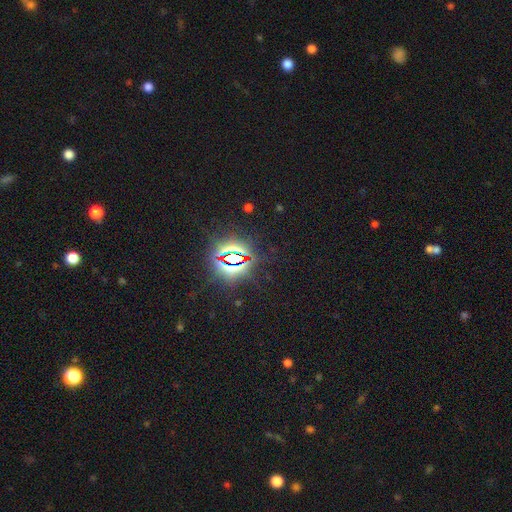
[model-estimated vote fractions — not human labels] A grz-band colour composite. It shows a star or artifact, not a galaxy (84%).